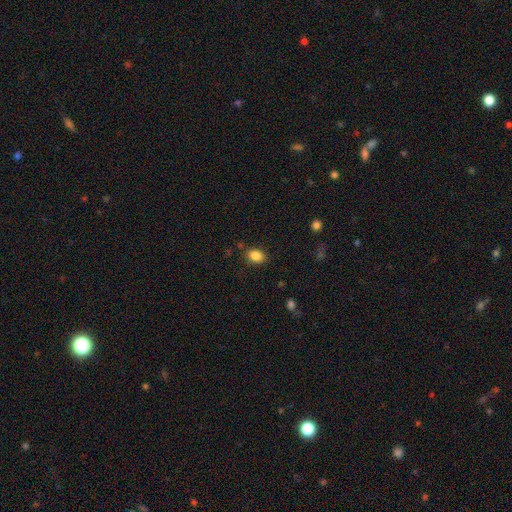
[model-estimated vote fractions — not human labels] Smooth or featured: smooth — 85% (star or artifact — 10%)
How rounded: in between — 72% (round — 26%)
Merging: none — 83% (minor disturbance — 12%)